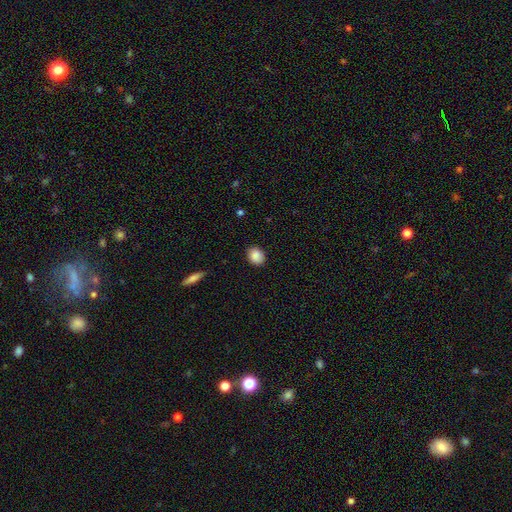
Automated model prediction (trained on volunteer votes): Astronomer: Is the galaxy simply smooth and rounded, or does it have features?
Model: smooth — 88%.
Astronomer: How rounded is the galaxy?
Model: in between — 55% (runner-up: round, 44%).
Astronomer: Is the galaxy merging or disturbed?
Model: none — 87%.